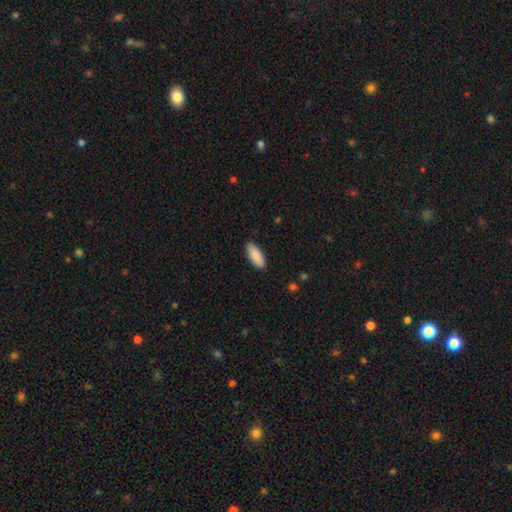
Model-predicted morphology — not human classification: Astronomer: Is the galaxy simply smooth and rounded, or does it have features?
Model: smooth — 90%.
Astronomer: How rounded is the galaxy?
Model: in between — 79%.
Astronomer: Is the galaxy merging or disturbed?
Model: none — 88%.